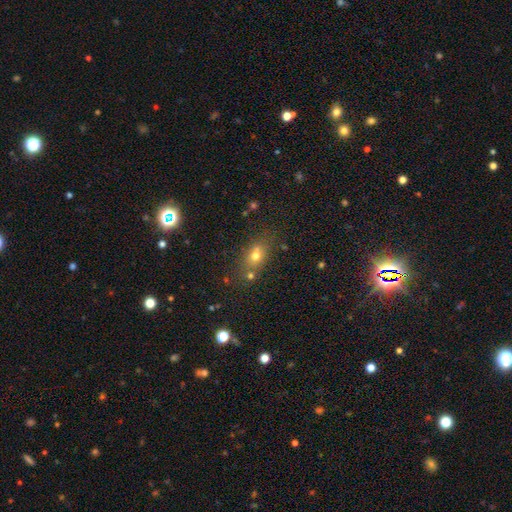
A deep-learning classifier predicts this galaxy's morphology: This is likely a smooth galaxy (68%). How rounded: likely in between (61%). Merging: likely none (66%).